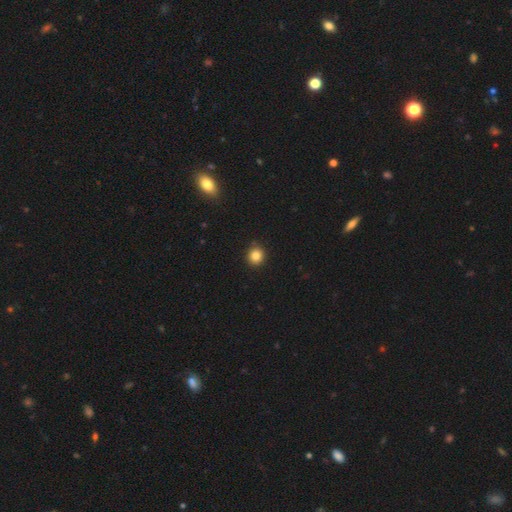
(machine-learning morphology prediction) Smooth or featured? Predicted: smooth (p=0.84). How rounded? Predicted: round (p=0.90). Merging? Predicted: none (p=0.91).